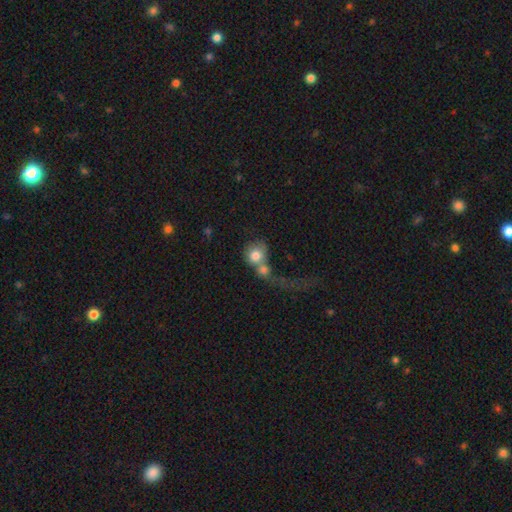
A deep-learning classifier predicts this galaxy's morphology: The model was most divided on "merging": merger: 62%, none: 19%, major disturbance: 12%, minor disturbance: 7%. More confident: how rounded — round (77%); smooth or featured — smooth (74%).